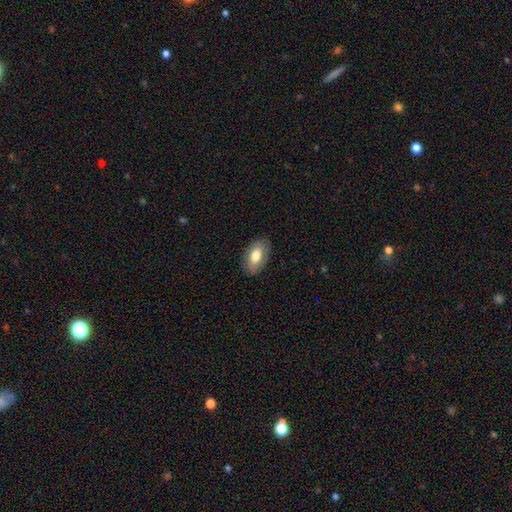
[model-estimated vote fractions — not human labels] Overall: smooth (70%). How rounded: in between (93%). Merging: none (83%).